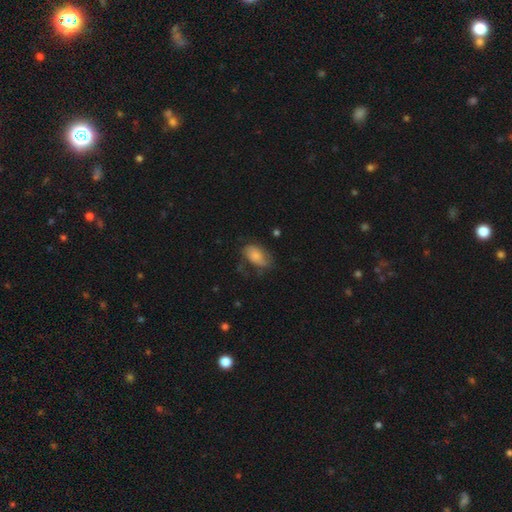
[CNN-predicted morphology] Smooth or featured? Predicted: smooth (p=0.68). How rounded? Predicted: in between (p=0.91). Merging? Predicted: none (p=0.51).